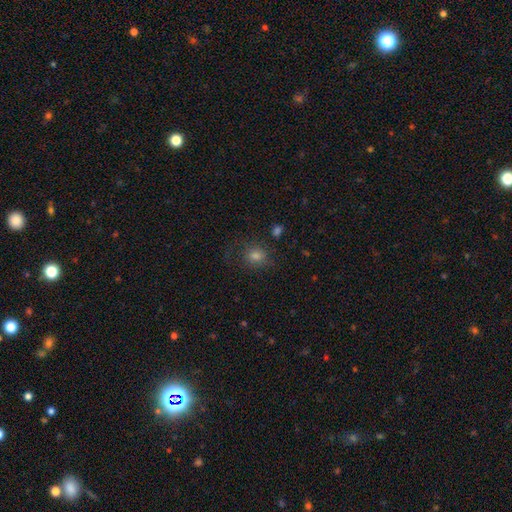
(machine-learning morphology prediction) This appears to be a smooth galaxy with no disk features (70%) that is round (71%). Merging: none (69%).